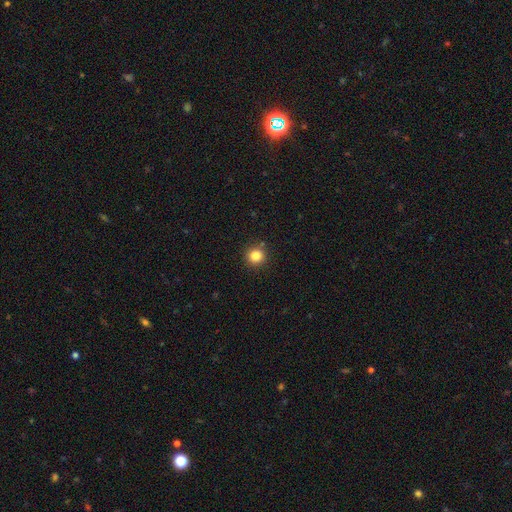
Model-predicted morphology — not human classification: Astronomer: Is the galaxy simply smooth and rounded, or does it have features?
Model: smooth — 84%.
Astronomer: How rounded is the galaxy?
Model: round — 93%.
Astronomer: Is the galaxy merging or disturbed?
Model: none — 89%.